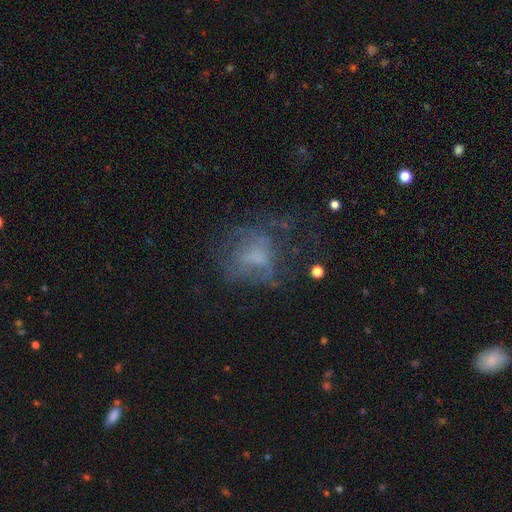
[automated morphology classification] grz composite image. It shows a featured or disk galaxy (44%). Merging: none (45%).